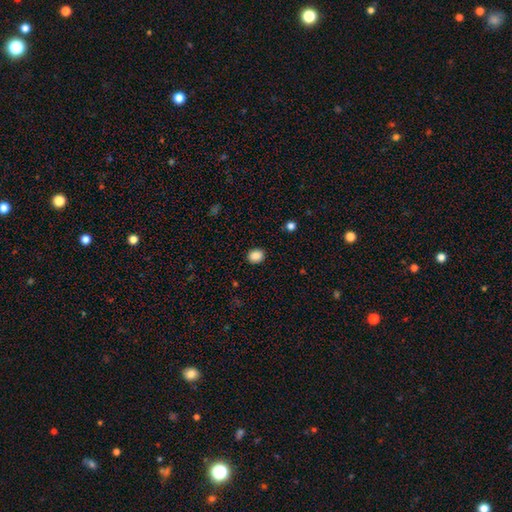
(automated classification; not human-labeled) A smooth galaxy with no disk features (87%) that is round (62%). Merging: none (89%).